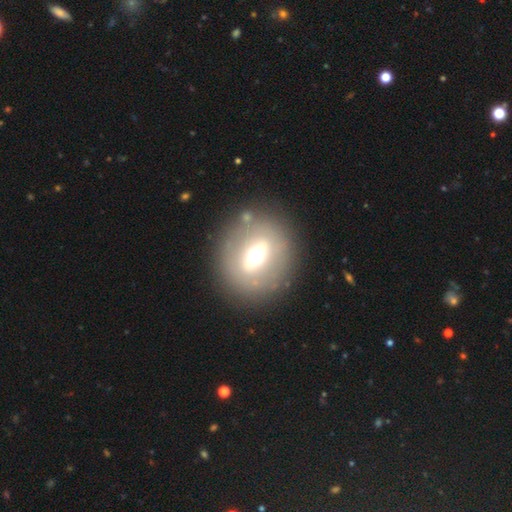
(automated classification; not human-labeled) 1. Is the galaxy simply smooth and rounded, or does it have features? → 45% featured or disk, 42% smooth, 12% star or artifact.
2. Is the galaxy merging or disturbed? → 80% none, 10% minor disturbance, 5% major disturbance, 4% merger.